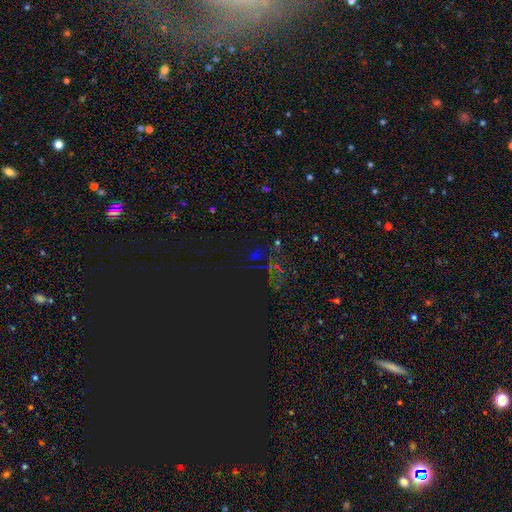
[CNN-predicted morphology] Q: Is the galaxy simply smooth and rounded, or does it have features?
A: star or artifact — 73%.